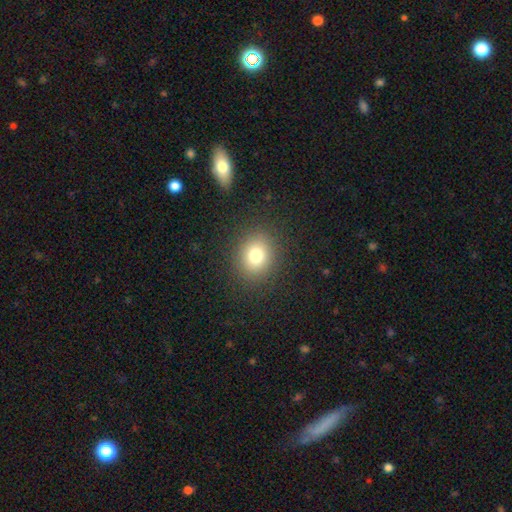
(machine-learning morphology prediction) smooth-or-featured: smooth: 77% | star or artifact: 14% | featured or disk: 9%
  how-rounded: round: 69% | in between: 30% | cigar-shaped: 1%
  merging: none: 88% | minor disturbance: 7% | major disturbance: 4% | merger: 1%